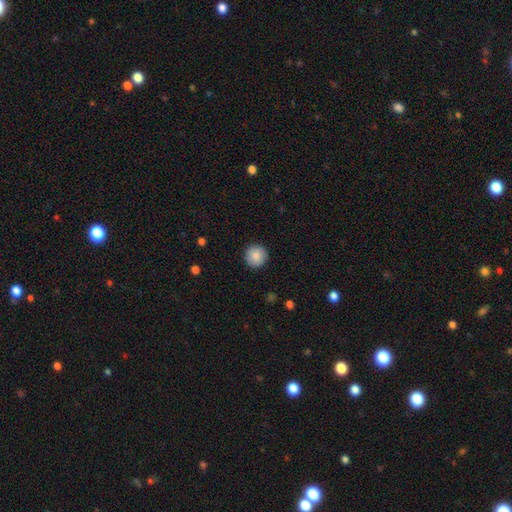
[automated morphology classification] Smooth or featured? smooth (88%)
How rounded? round (95%)
Merging? none (92%)